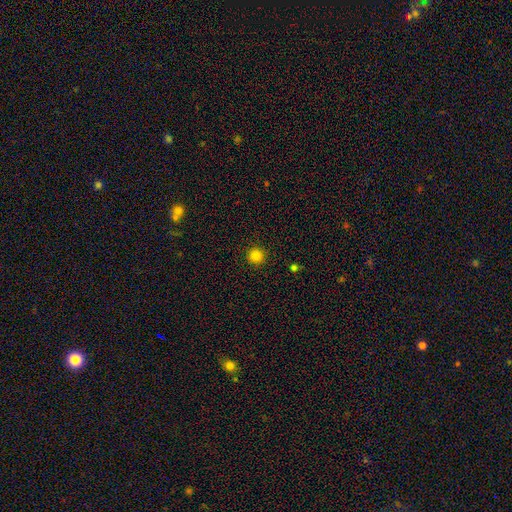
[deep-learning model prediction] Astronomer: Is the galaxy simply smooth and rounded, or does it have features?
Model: smooth — 84%.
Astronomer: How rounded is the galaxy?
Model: round — 96%.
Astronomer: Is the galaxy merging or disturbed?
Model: none — 92%.